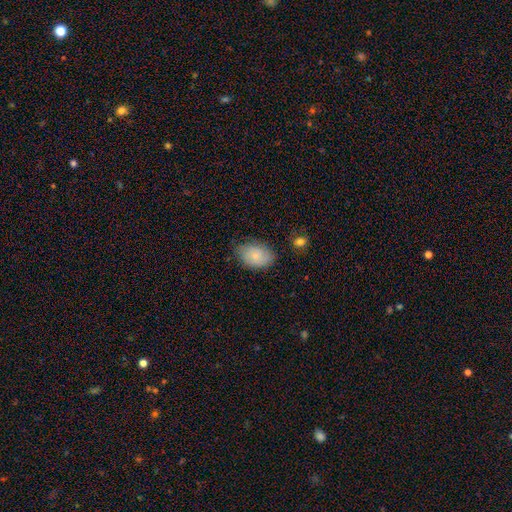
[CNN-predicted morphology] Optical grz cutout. It shows a smooth galaxy with no disk features (75%) that is in between round and cigar-shaped (85%). Merging: none (75%).